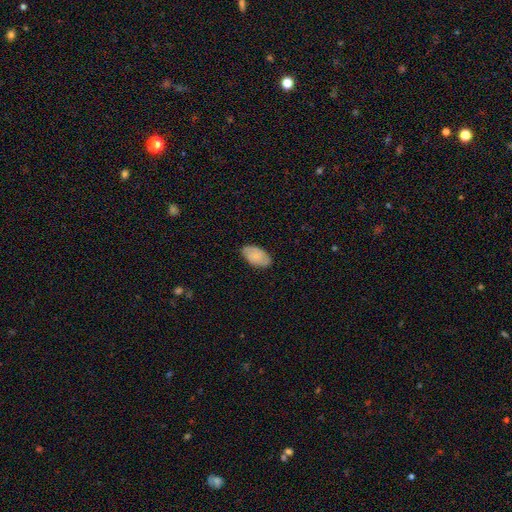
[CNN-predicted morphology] A smooth galaxy with no disk features (73%) that is in between round and cigar-shaped (94%). Merging: none (80%).